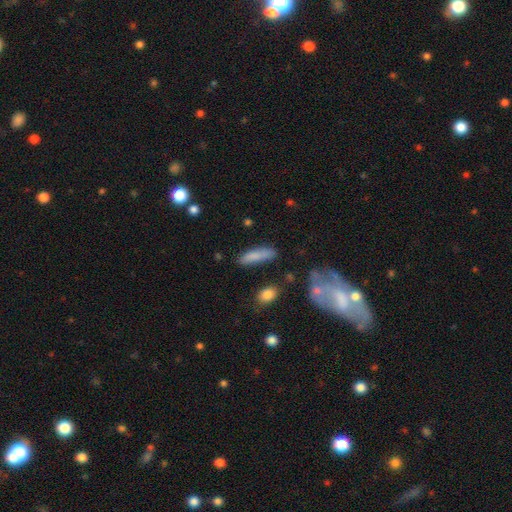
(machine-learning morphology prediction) smooth 81%, featured or disk 12%, star or artifact 7%. Down the decision tree: how rounded — cigar-shaped (64%); merging — none (76%).